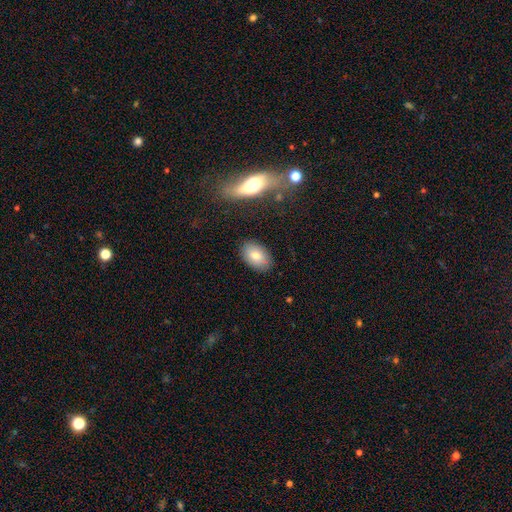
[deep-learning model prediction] A smooth galaxy with no disk features (77%) that is in between round and cigar-shaped (87%). Merging: none (85%).